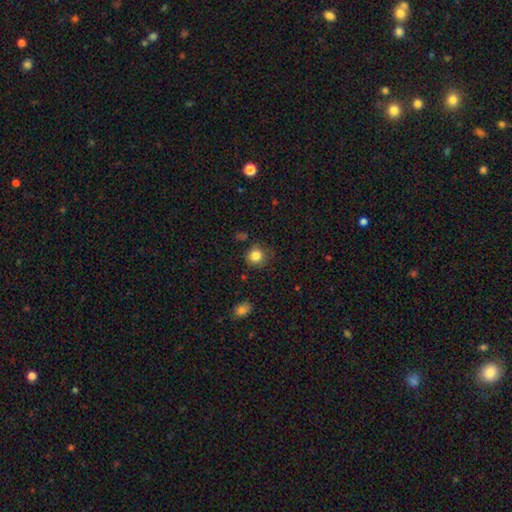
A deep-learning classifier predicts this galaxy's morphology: This is clearly a smooth galaxy (83%). How rounded: clearly round (86%). Merging: likely none (78%).